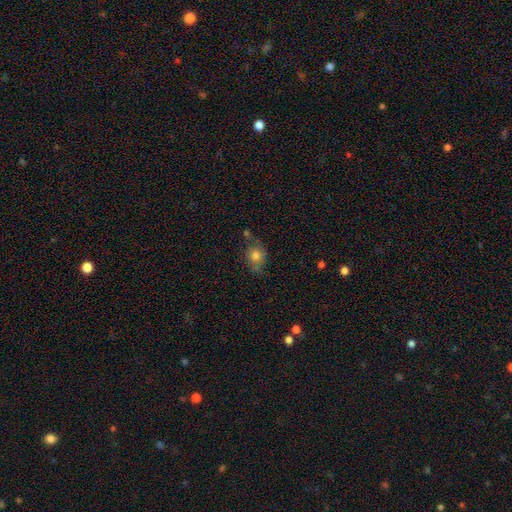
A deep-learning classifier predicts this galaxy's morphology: Smooth or featured: smooth — 67% (featured or disk — 22%)
How rounded: round — 52% (in between — 46%)
Merging: none — 53% (minor disturbance — 27%)